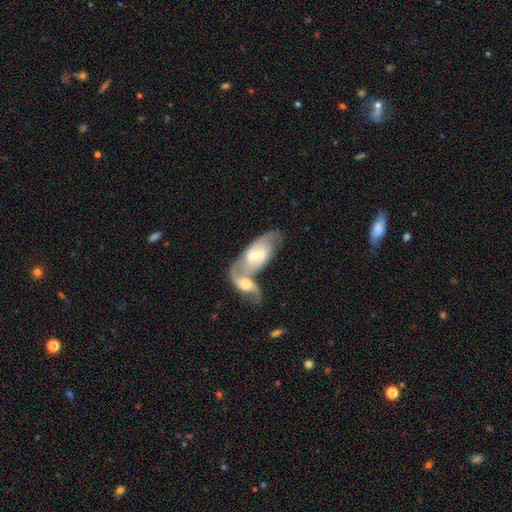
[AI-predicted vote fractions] This is likely a featured or disk galaxy (78%). It is clearly not viewed edge-on (94%). Bar: possibly weak (45%). Spiral arm pattern: clearly yes (93%). Spiral arm count: clearly 2 (80%). Spiral winding: possibly medium (50%). Central bulge: possibly moderate (46%, tied with small). Merging: likely merger (72%).